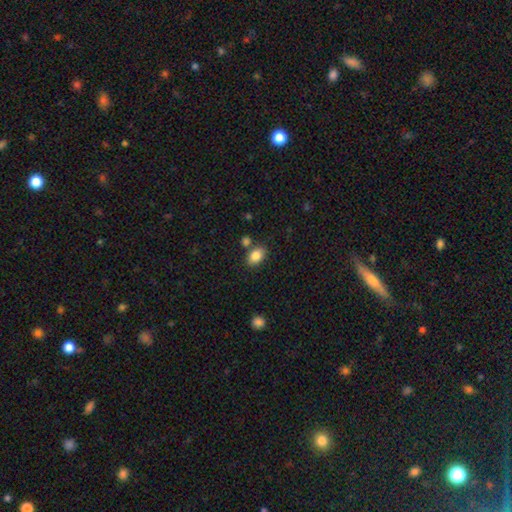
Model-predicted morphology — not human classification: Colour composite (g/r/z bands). It shows a smooth galaxy with no disk features (85%) that is in between round and cigar-shaped (84%). Merging: none (74%).